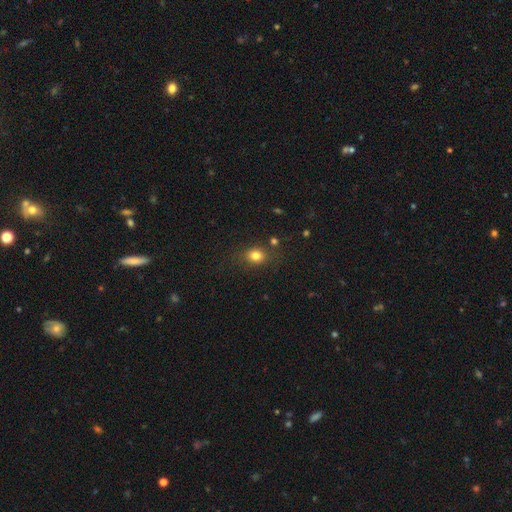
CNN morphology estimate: smooth_or_featured: smooth (p=0.79) [alt: star or artifact p=0.13]
how_rounded: round (p=0.54) [alt: in between p=0.45]
merging: none (p=0.77) [alt: minor disturbance p=0.14]